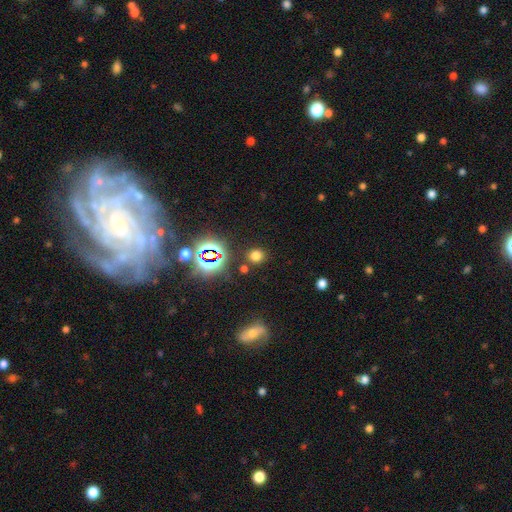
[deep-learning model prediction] This is likely a smooth galaxy (67%). How rounded: likely round (78%). Merging: clearly none (84%).